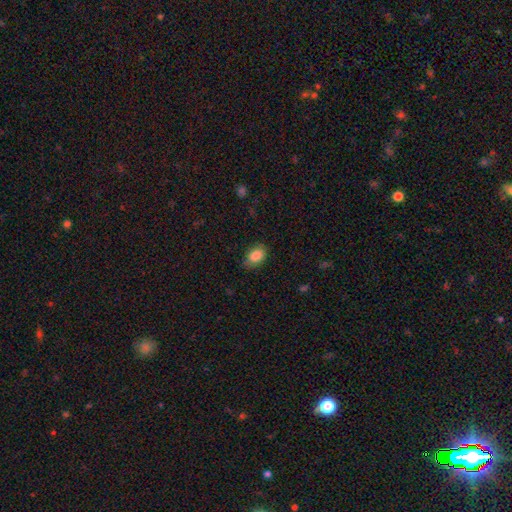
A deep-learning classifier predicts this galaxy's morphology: A smooth galaxy with no disk features (86%) that is in between round and cigar-shaped (84%). Merging: none (76%).